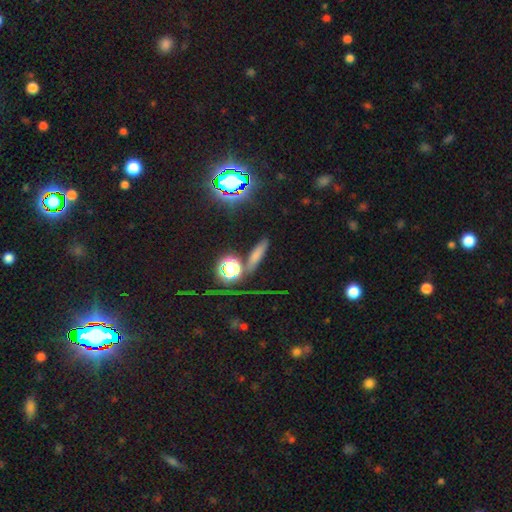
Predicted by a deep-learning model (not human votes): Smooth or featured: smooth — 60% (star or artifact — 26%)
How rounded: cigar-shaped — 67% (in between — 21%)
Merging: none — 79% (minor disturbance — 10%)